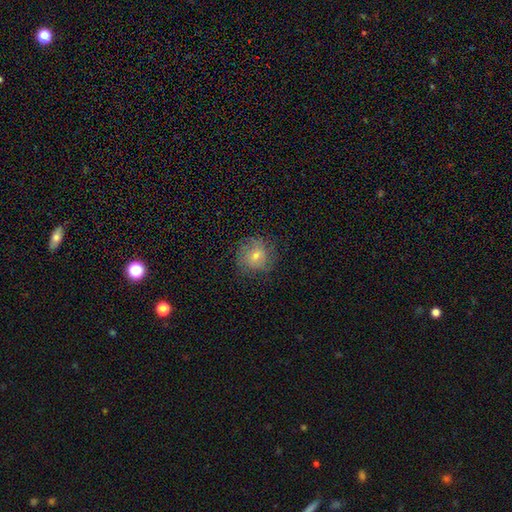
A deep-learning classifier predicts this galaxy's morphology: A smooth galaxy with no disk features (57%) that is round (86%). Merging: none (73%).